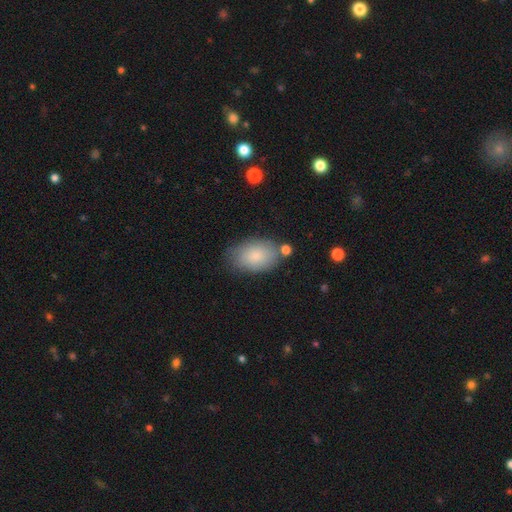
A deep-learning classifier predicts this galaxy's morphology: Smooth or featured? Predicted: smooth (p=0.83). How rounded? Predicted: in between (p=0.91). Merging? Predicted: none (p=0.71).